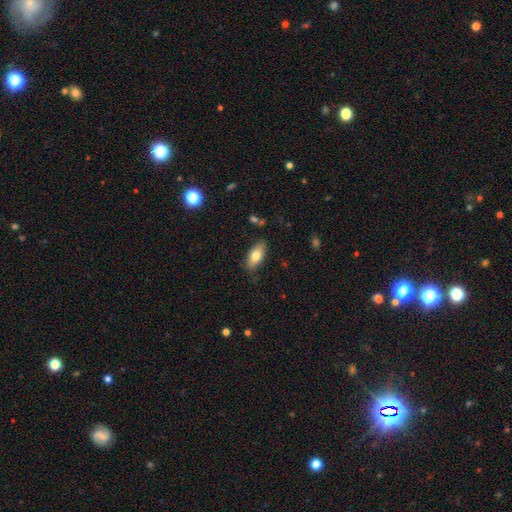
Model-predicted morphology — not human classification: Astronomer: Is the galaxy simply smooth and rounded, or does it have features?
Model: smooth — 75%.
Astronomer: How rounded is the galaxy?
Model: in between — 86%.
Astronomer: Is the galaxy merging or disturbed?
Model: none — 82%.